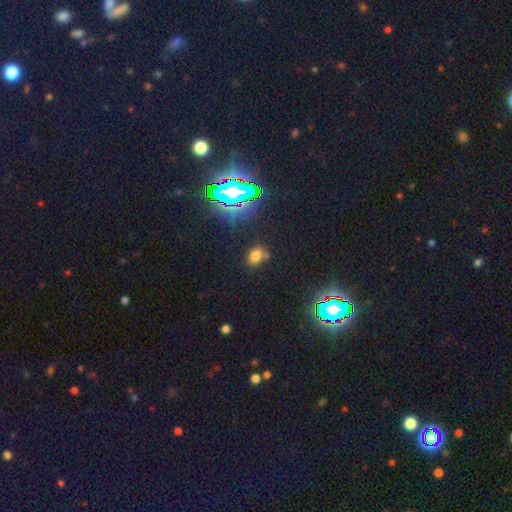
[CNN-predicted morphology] A smooth galaxy with no disk features (62%) that is in between round and cigar-shaped (68%). Merging: none (69%).